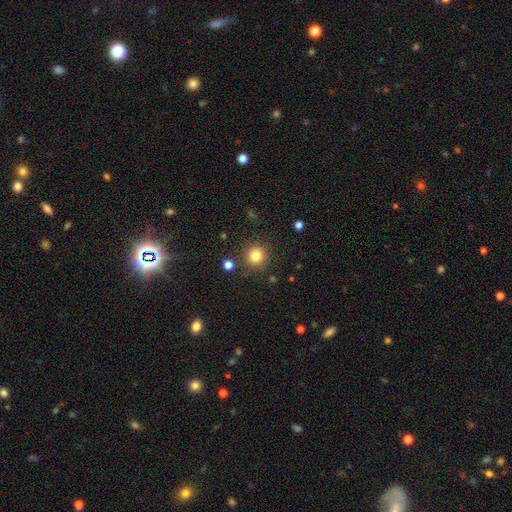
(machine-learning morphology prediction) A smooth galaxy with no disk features (82%) that is round (92%). Merging: none (88%).